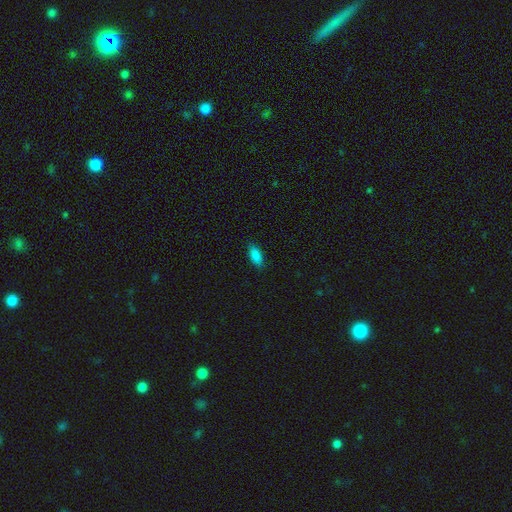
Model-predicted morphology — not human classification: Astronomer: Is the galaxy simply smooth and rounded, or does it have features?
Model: smooth — 87%.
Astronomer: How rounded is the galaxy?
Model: in between — 84%.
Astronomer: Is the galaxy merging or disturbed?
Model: none — 86%.